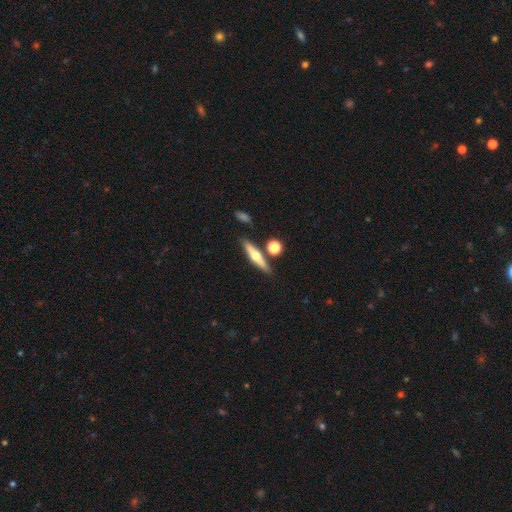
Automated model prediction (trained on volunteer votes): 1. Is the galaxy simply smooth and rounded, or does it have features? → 54% featured or disk, 38% smooth, 7% star or artifact.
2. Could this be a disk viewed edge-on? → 94% yes, 6% no.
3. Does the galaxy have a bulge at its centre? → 92% rounded, 5% none, 3% boxy.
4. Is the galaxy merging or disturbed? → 81% none, 9% minor disturbance, 8% merger, 2% major disturbance.